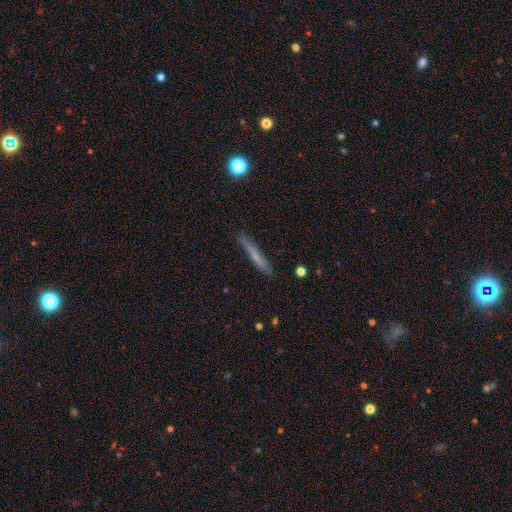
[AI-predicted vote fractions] Smooth or featured? Predicted: smooth (p=0.63). How rounded? Predicted: cigar-shaped (p=0.95). Merging? Predicted: none (p=0.80).